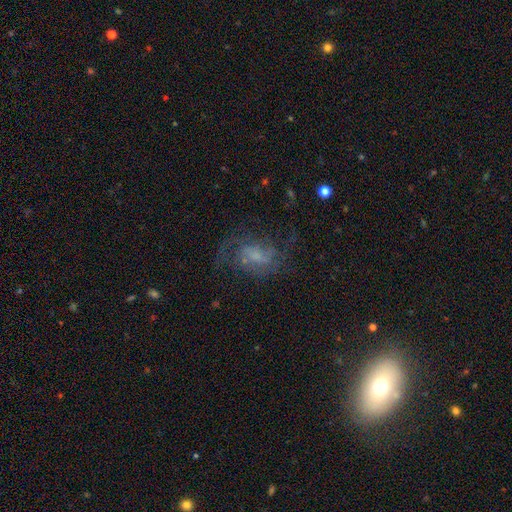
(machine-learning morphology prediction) A featured or disk galaxy (65%) with no bar (48%), 2 (45%) medium (47%) spiral arms (83%) and a small central bulge (35%).

Vote fractions:
- Smooth or featured? featured or disk: 65% / smooth: 22% / star or artifact: 13%
- Edge-on disk? no: 97% / yes: 3%
- Bar? no: 48% / weak: 42% / strong: 9%
- Spiral arms? yes: 83% / no: 17%
- Spiral winding? medium: 47% / loose: 31% / tight: 22%
- Spiral arm count? 2: 45% / can't tell: 27% / 3: 12% / 1: 8% / 4: 4% / more than 4: 4%
- Bulge size? small: 35% / none: 33% / moderate: 24% / large: 6% / dominant: 2%
- Merging? none: 54% / major disturbance: 24% / minor disturbance: 19% / merger: 2%